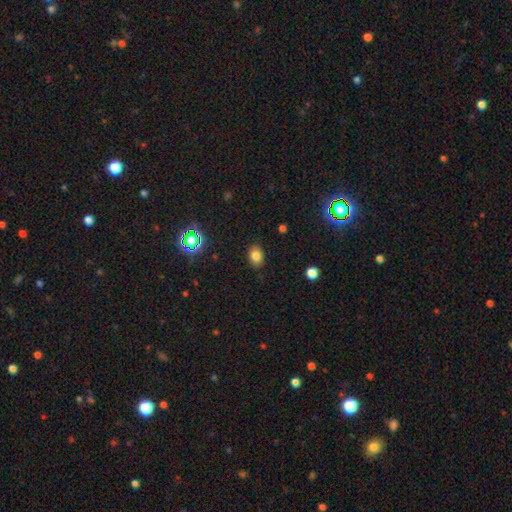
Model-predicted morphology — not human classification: A smooth galaxy with no disk features (80%) that is in between round and cigar-shaped (69%). Merging: none (86%).